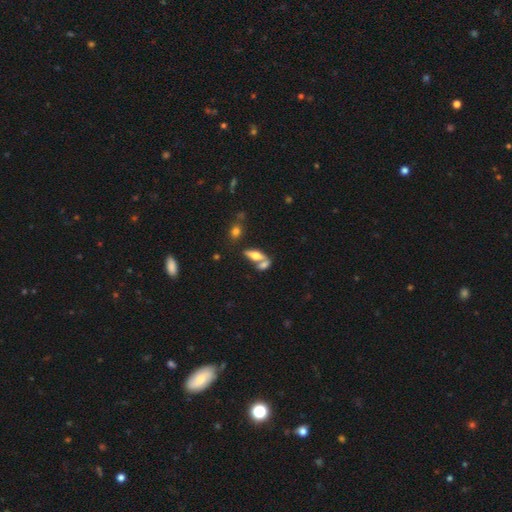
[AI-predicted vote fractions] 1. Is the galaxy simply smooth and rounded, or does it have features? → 53% smooth, 38% featured or disk, 9% star or artifact.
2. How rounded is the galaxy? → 66% in between, 29% cigar-shaped, 5% round.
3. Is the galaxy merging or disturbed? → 46% merger, 40% none, 9% minor disturbance, 5% major disturbance.